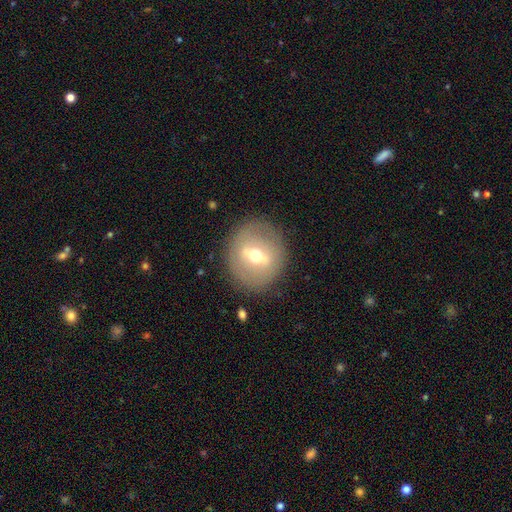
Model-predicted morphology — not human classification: Q: Smooth or featured?
A: featured or disk (58%); runner-up: smooth (34%)
Q: Edge-on disk?
A: no (83%); runner-up: yes (17%)
Q: Merging?
A: none (84%); runner-up: minor disturbance (10%)